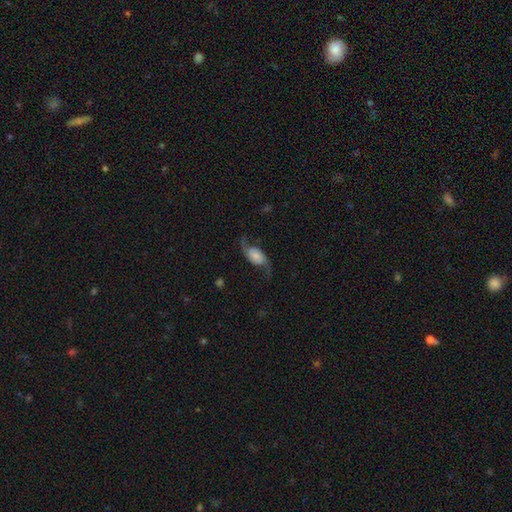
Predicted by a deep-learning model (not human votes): A featured or disk galaxy (79%) with no bar (61%), 2 (94%) loose (77%) spiral arms (96%) and a small central bulge (38%). Merging: none (71%).